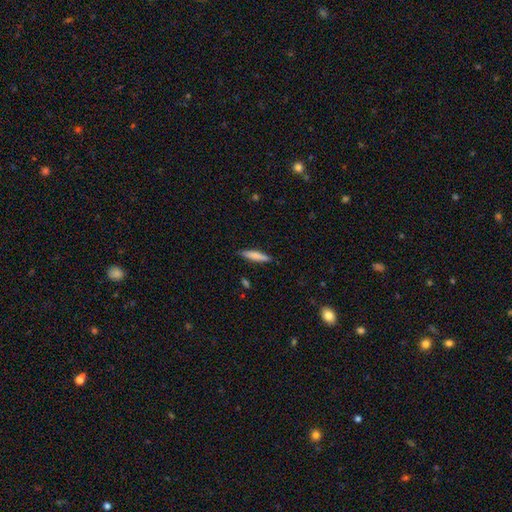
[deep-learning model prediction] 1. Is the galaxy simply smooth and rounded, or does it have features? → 76% smooth, 18% featured or disk, 6% star or artifact.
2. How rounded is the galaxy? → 84% cigar-shaped, 15% in between, 1% round.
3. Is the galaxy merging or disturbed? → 87% none, 10% minor disturbance, 2% major disturbance, 1% merger.